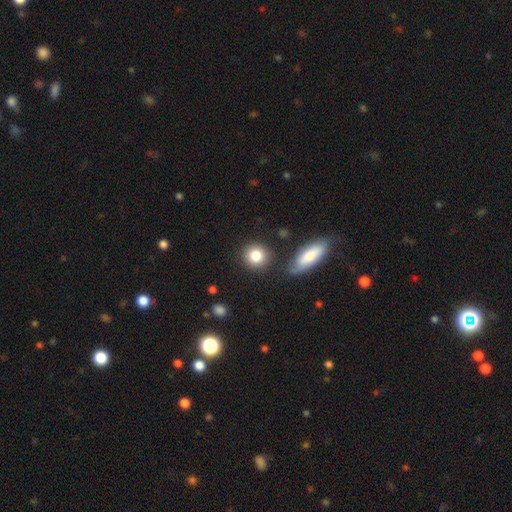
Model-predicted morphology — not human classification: The model was most divided on "how rounded": round: 83%, in between: 15%, cigar-shaped: 2%. More confident: smooth or featured — smooth (84%); merging — none (81%).